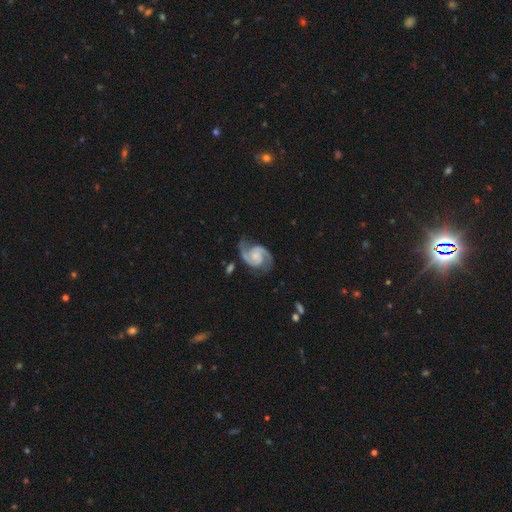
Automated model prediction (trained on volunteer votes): smooth_or_featured: featured or disk (p=0.92) [alt: star or artifact p=0.04]
disk_edge_on: no (p=0.98) [alt: yes p=0.02]
bar: no (p=0.60) [alt: weak p=0.32]
has_spiral_arms: yes (p=0.98) [alt: no p=0.02]
spiral_winding: medium (p=0.58) [alt: tight p=0.28]
spiral_arm_count: 2 (p=0.94) [alt: can't tell p=0.02]
bulge_size: small (p=0.51) [alt: moderate p=0.29]
merging: none (p=0.75) [alt: minor disturbance p=0.16]